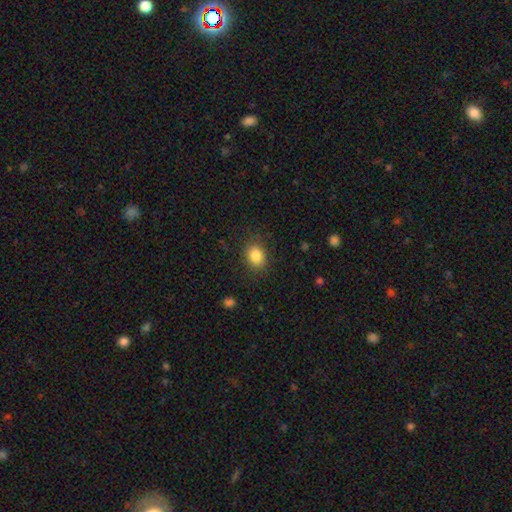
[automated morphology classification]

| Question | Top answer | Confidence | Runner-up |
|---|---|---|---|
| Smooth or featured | smooth | 85% | star or artifact (9%) |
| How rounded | in between | 57% | round (42%) |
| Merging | none | 83% | minor disturbance (12%) |